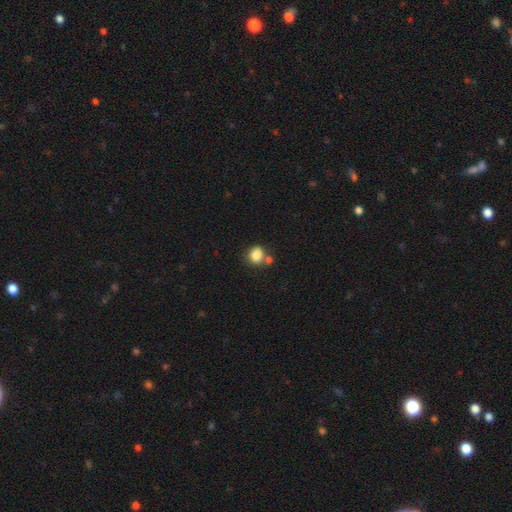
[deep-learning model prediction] Morphology: type=smooth (84%); roundness=round (66%); merging=none (55%).